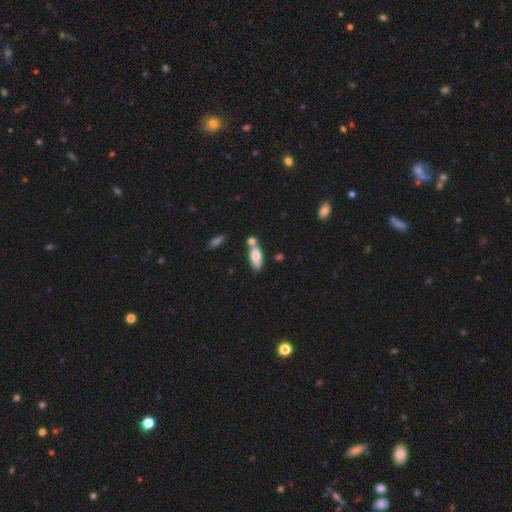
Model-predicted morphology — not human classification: Overall: smooth (72%). How rounded: in between (76%). Merging: none (58%; merger 24%).